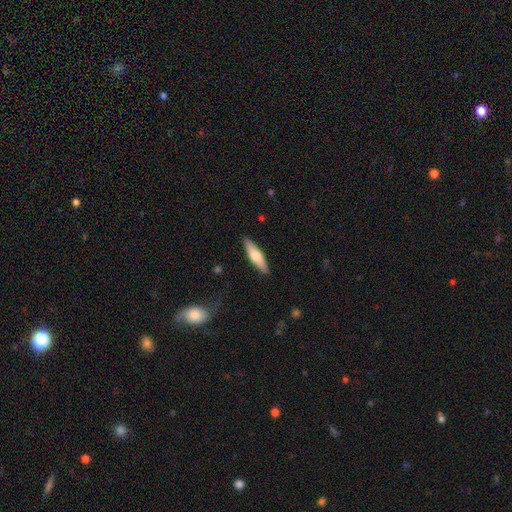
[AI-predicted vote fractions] This is possibly a smooth galaxy (59%). How rounded: likely cigar-shaped (66%). Merging: clearly none (88%).